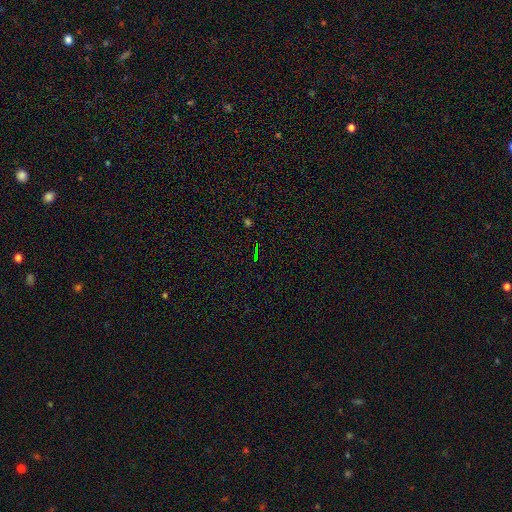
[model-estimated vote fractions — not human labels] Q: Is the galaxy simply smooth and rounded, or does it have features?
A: star or artifact — 74%.